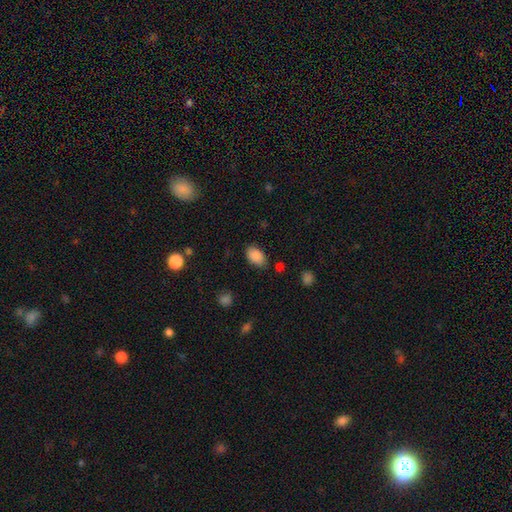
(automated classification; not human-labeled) This appears to be a smooth galaxy with no disk features (87%) that is in between round and cigar-shaped (91%). Merging: none (79%).